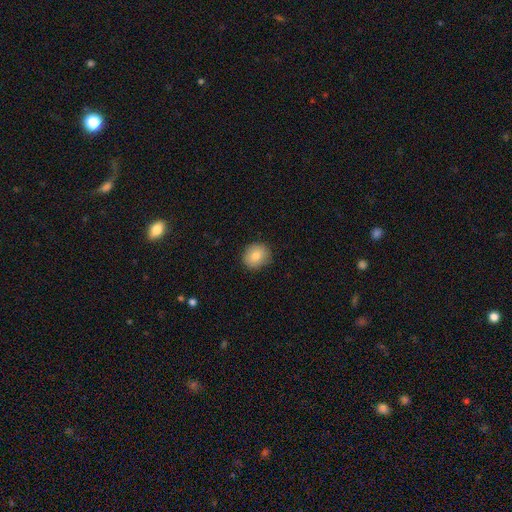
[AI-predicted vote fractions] This is clearly a smooth galaxy (81%). How rounded: likely round (80%). Merging: clearly none (86%).